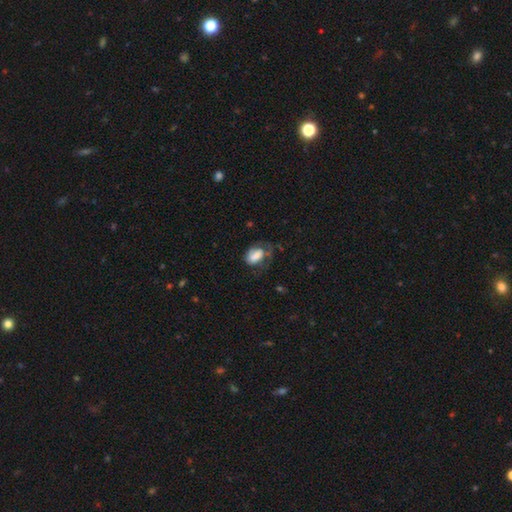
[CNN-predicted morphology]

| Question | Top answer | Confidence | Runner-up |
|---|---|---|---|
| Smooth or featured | smooth | 62% | featured or disk (30%) |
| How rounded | in between | 87% | round (11%) |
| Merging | none | 35% | tied: major disturbance (35%) |